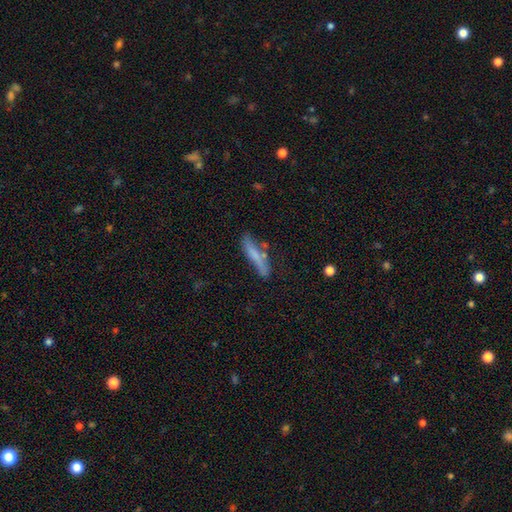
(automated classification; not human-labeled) smooth-or-featured: smooth: 65% | featured or disk: 28% | star or artifact: 7%
  how-rounded: cigar-shaped: 86% | in between: 13% | round: 2%
  merging: none: 64% | minor disturbance: 22% | merger: 8% | major disturbance: 6%